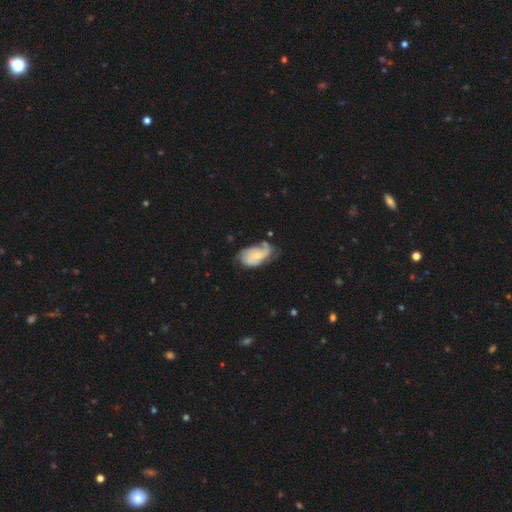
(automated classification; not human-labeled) This is likely a featured or disk galaxy (67%). It is clearly not viewed edge-on (96%). Bar: likely no (68%). Spiral arm pattern: clearly yes (89%). Spiral arm count: marginally 2 (43%). Spiral winding: marginally medium (41%). Central bulge: possibly small (60%). Merging: marginally none (45%).